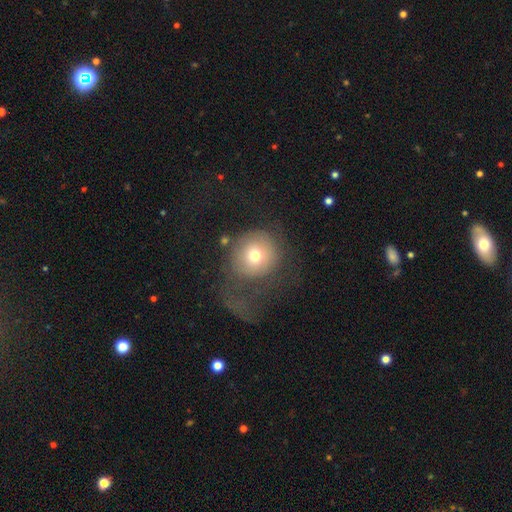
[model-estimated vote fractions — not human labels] A smooth galaxy with no disk features (64%) that is round (88%).

Vote fractions:
- Smooth or featured? smooth: 64% / featured or disk: 26% / star or artifact: 10%
- How rounded? round: 88% / in between: 11% / cigar-shaped: 1%
- Merging? major disturbance: 46% / none: 35% / minor disturbance: 16% / merger: 3%